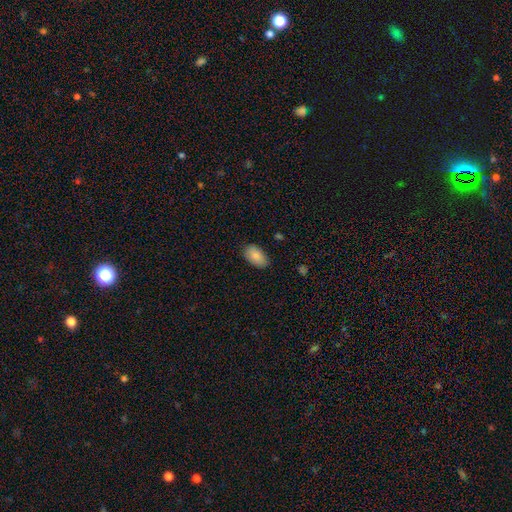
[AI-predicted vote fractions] This appears to be a smooth galaxy with no disk features (87%) that is in between round and cigar-shaped (94%). Merging: none (84%).